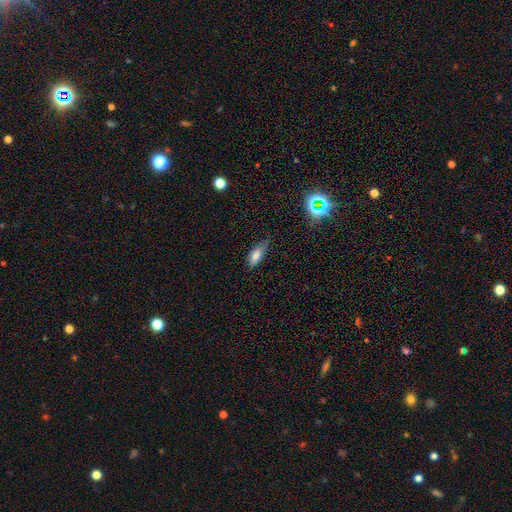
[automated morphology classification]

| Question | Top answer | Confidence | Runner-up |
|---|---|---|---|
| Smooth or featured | smooth | 72% | featured or disk (18%) |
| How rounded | in between | 71% | cigar-shaped (25%) |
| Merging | none | 61% | minor disturbance (31%) |